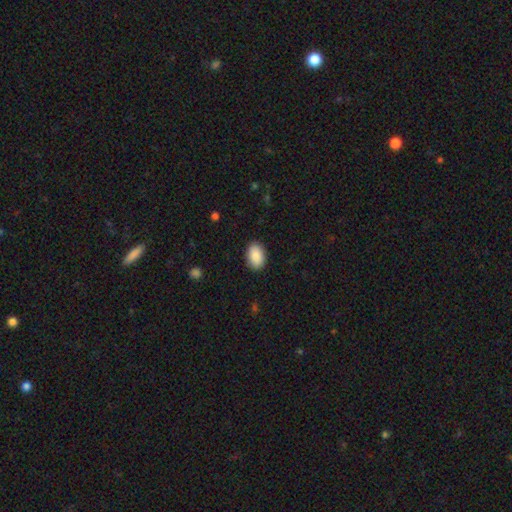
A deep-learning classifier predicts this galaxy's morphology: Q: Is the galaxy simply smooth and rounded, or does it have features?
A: smooth — 90%.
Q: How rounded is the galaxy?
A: in between — 87%.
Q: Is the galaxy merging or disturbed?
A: none — 89%.